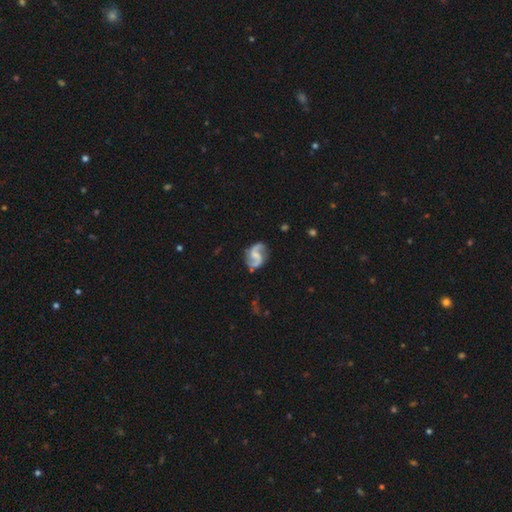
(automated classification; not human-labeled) Smooth or featured?
  - featured or disk: 90% *
  - smooth: 6%
  - star or artifact: 4%
Edge-on disk?
  - no: 98% *
  - yes: 2%
Bar?
  - weak: 48% *
  - no: 37%
  - strong: 15%
Spiral arms?
  - yes: 98% *
  - no: 2%
Spiral winding?
  - medium: 45% *
  - loose: 44%
  - tight: 10%
Spiral arm count?
  - 2: 94% *
  - can't tell: 2%
  - 1: 1%
  - 3: 1%
  - 4: 1%
  - more than 4: 1%
Bulge size?
  - small: 39% *
  - none: 31%
  - moderate: 26%
  - large: 3%
  - dominant: 1%
Merging?
  - none: 81% *
  - minor disturbance: 13%
  - major disturbance: 4%
  - merger: 2%